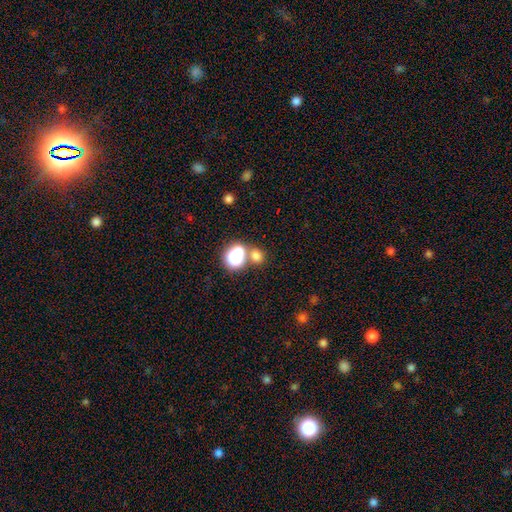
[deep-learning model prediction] Smooth or featured?
  - smooth: 70% *
  - star or artifact: 22%
  - featured or disk: 8%
How rounded?
  - round: 67% *
  - in between: 32%
  - cigar-shaped: 1%
Merging?
  - none: 56% *
  - merger: 32%
  - minor disturbance: 8%
  - major disturbance: 4%